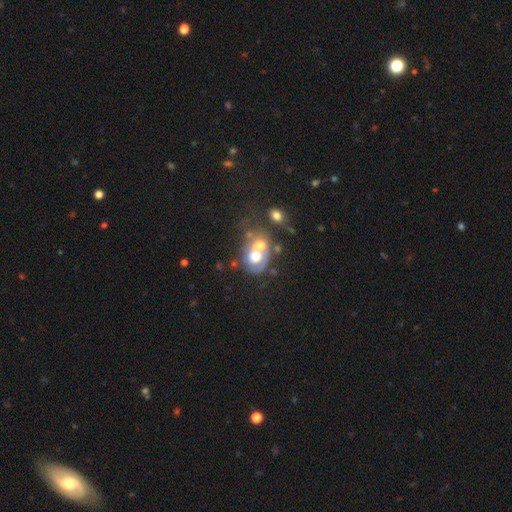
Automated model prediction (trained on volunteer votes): Smooth or featured: featured or disk — 49% (smooth — 42%)
Merging: merger — 55% (none — 20%)